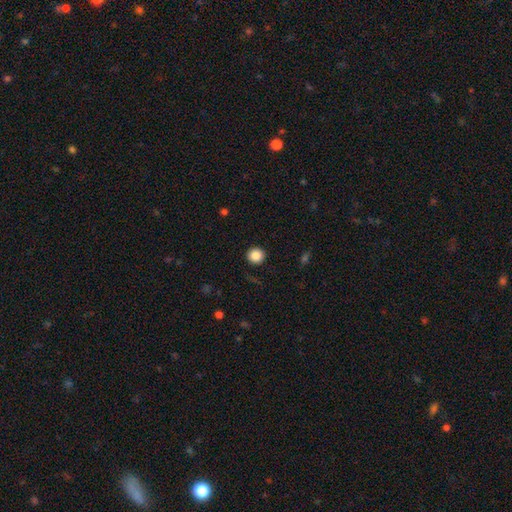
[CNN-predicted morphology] Smooth or featured? smooth (86%)
How rounded? round (93%)
Merging? none (91%)